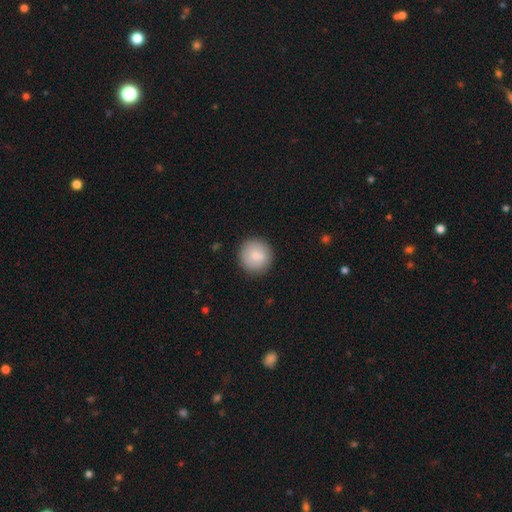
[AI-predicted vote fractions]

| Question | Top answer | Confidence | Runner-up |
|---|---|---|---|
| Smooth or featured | smooth | 82% | featured or disk (10%) |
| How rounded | round | 95% | in between (4%) |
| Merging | none | 86% | minor disturbance (9%) |